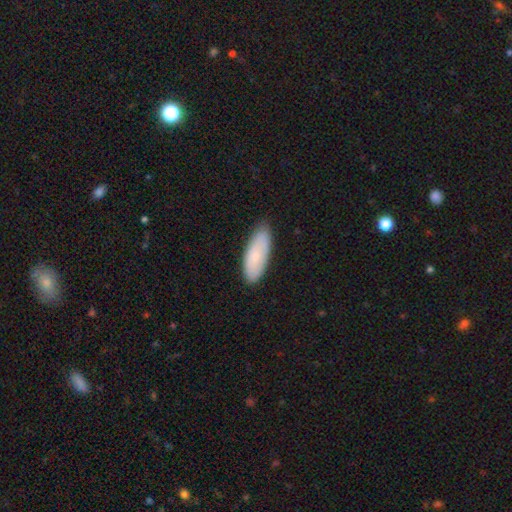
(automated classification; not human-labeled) This appears to be a smooth galaxy with no disk features (81%) that is in between round and cigar-shaped (74%). Merging: none (80%).